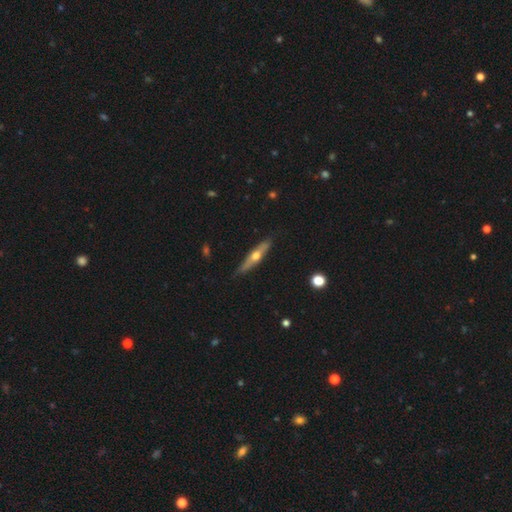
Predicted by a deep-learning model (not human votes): This is likely a featured or disk galaxy (63%). It is clearly viewed edge-on (92%). Edge-on bulge: clearly rounded (93%). Merging: clearly none (85%).